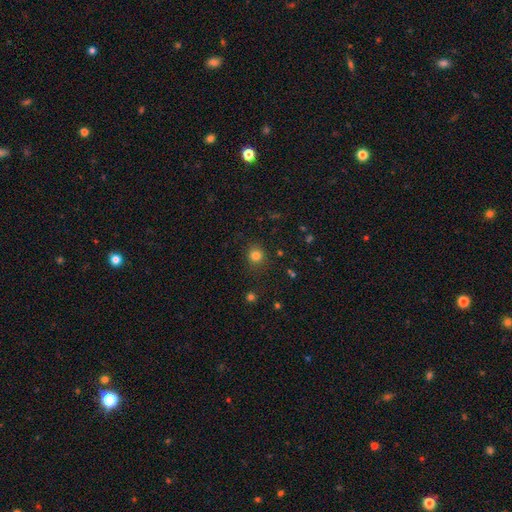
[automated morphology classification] The model was most divided on "smooth or featured": smooth: 81%, star or artifact: 14%, featured or disk: 5%. More confident: how rounded — round (87%); merging — none (86%).